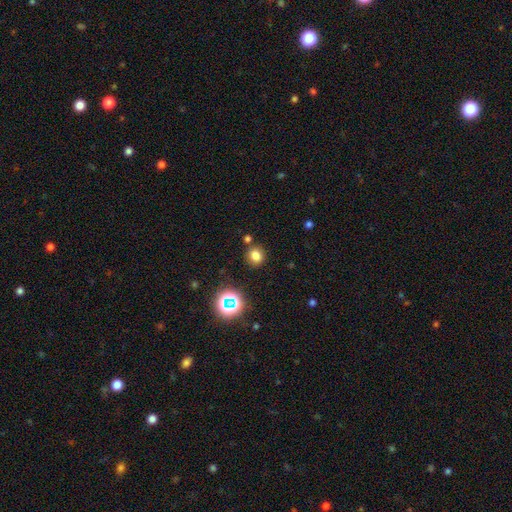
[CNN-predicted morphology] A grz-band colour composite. It shows a smooth galaxy with no disk features (76%) that is round (76%). Merging: none (82%).